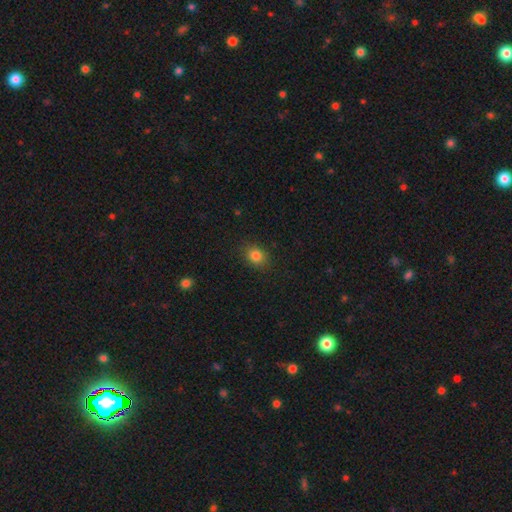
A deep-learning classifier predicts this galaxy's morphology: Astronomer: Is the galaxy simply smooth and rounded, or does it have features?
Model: smooth — 83%.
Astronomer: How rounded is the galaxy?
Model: in between — 50% (runner-up: round, 49%).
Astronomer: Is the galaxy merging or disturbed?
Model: none — 86%.